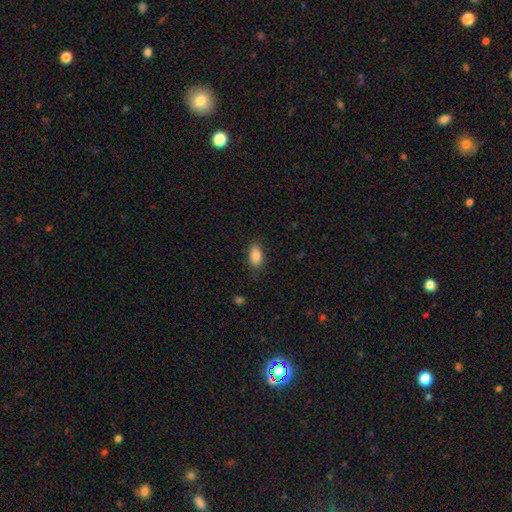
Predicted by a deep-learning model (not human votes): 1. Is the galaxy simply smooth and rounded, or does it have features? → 88% smooth, 8% star or artifact, 5% featured or disk.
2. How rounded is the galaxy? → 91% in between, 7% round, 2% cigar-shaped.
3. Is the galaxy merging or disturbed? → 84% none, 12% minor disturbance, 3% major disturbance, 1% merger.